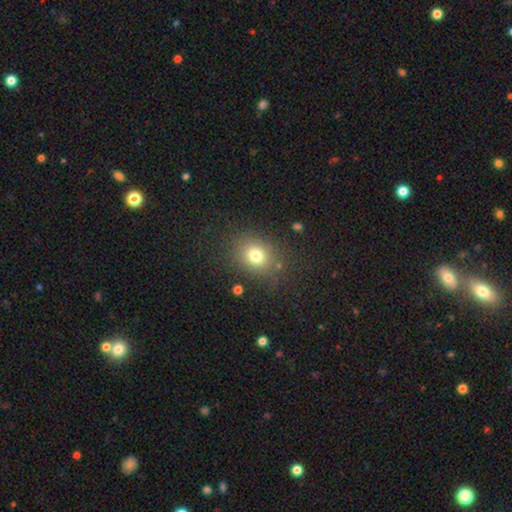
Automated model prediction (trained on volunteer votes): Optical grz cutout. It shows a smooth galaxy with no disk features (76%) that is round (59%). Merging: none (81%).